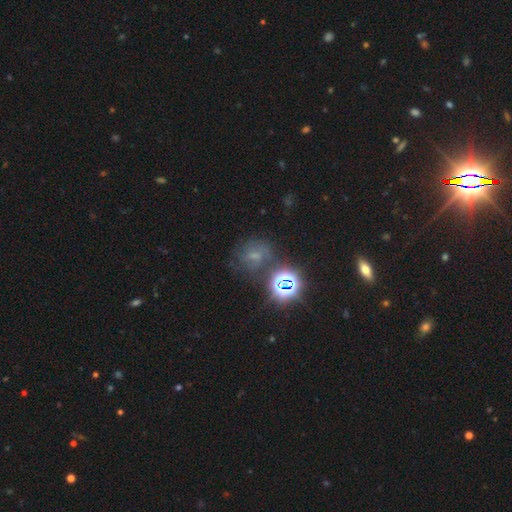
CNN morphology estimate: A star or artifact, not a galaxy (40%).

Vote fractions:
- Smooth or featured? star or artifact: 40% / smooth: 33% / featured or disk: 26%